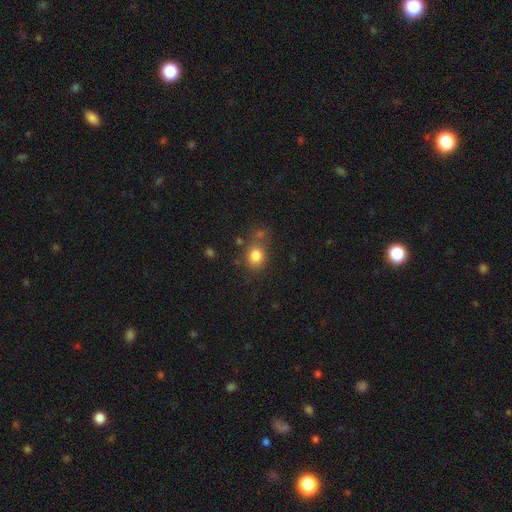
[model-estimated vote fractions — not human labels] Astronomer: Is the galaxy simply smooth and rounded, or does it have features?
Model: smooth — 82%.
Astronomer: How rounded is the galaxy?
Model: round — 64%.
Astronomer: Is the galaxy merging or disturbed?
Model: none — 64%.